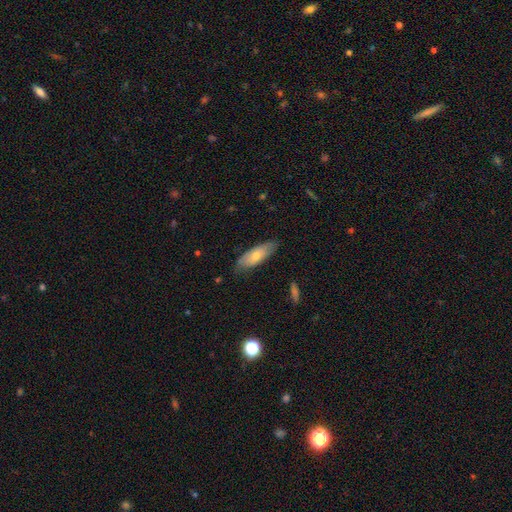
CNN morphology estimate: smooth-or-featured: smooth: 60% | featured or disk: 34% | star or artifact: 6%
  how-rounded: in between: 64% | cigar-shaped: 34% | round: 2%
  merging: none: 77% | minor disturbance: 18% | major disturbance: 3% | merger: 1%